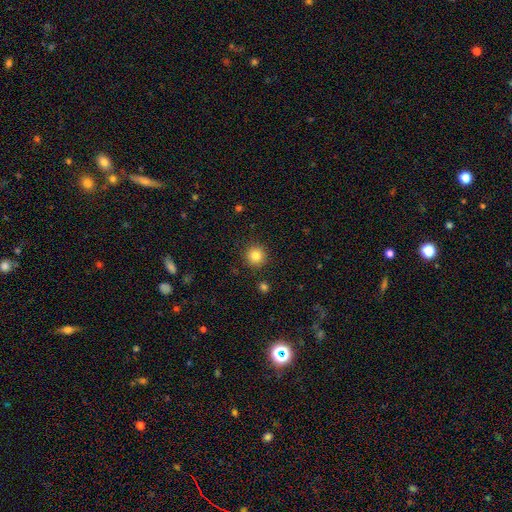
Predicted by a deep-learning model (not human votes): smooth 84%, star or artifact 11%, featured or disk 6%. Down the decision tree: how rounded — round (95%); merging — none (90%).